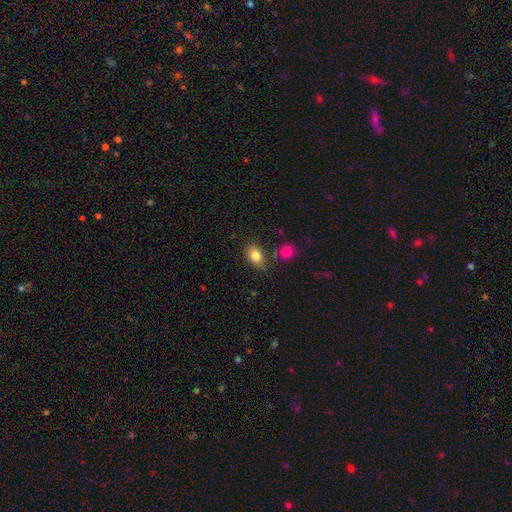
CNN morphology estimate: Overall: smooth (83%). How rounded: in between (82%). Merging: none (72%).